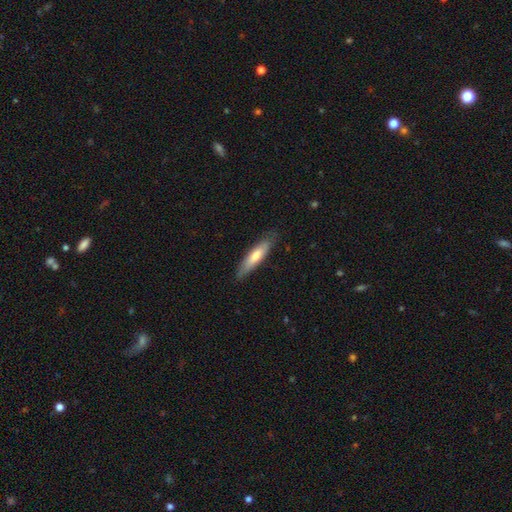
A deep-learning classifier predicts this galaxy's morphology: Q: Smooth or featured?
A: smooth (64%); runner-up: featured or disk (30%)
Q: How rounded?
A: cigar-shaped (75%); runner-up: in between (24%)
Q: Merging?
A: none (81%); runner-up: minor disturbance (15%)